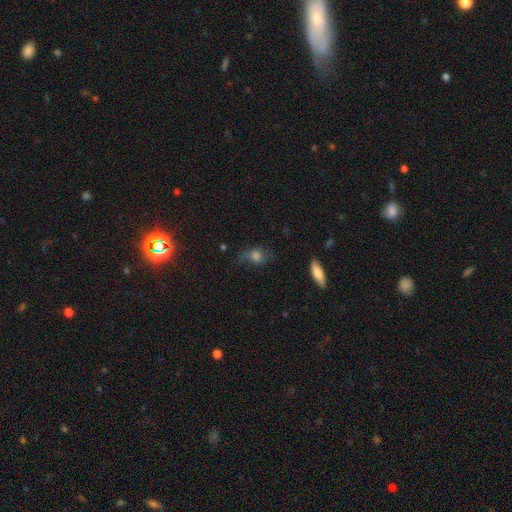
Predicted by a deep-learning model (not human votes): Overall: smooth (64%). How rounded: in between (52%; round 44%). Merging: none (46%; minor disturbance 29%).